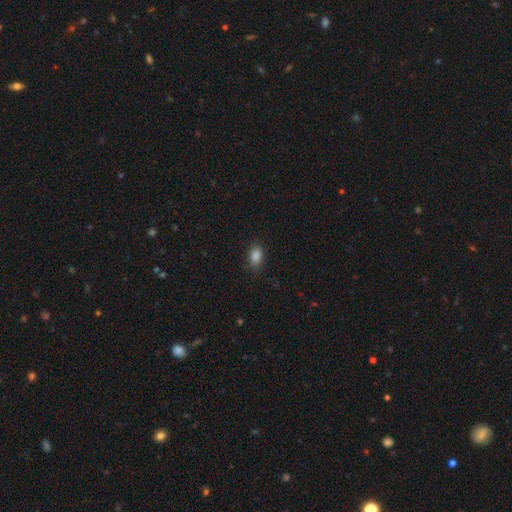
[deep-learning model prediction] Smooth or featured? smooth (86%)
How rounded? in between (83%)
Merging? none (84%)